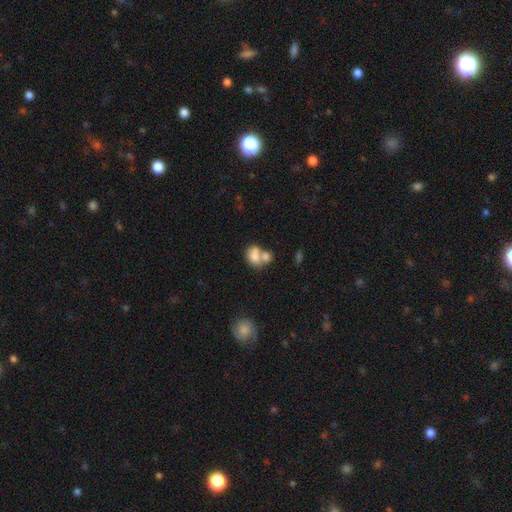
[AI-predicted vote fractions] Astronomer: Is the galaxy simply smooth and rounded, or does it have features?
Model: smooth — 77%.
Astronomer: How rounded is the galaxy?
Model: in between — 66%.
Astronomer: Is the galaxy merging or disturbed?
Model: merger — 61%.